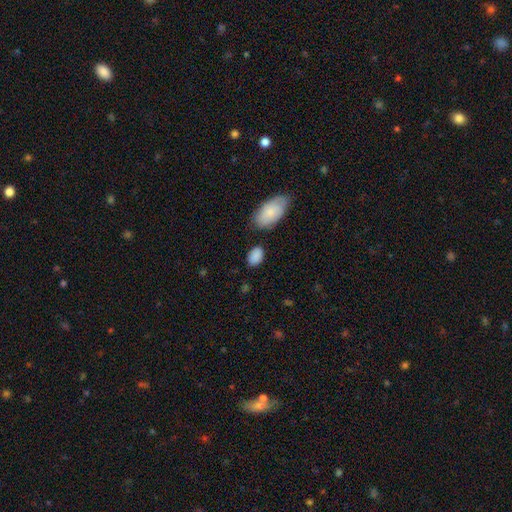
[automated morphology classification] Smooth or featured? Predicted: smooth (p=0.88). How rounded? Predicted: in between (p=0.88). Merging? Predicted: none (p=0.78).